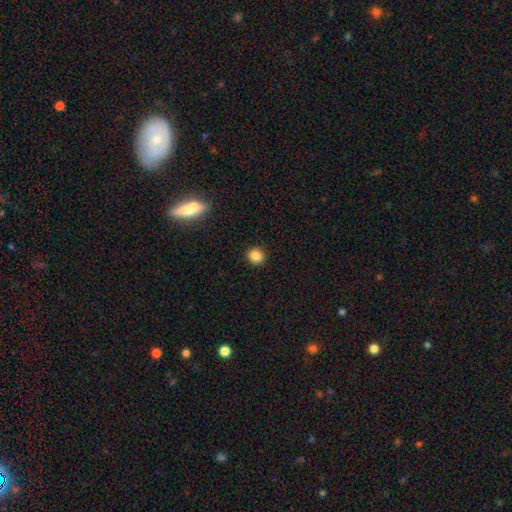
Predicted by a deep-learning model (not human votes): Smooth or featured? smooth (86%)
How rounded? round (82%)
Merging? none (92%)